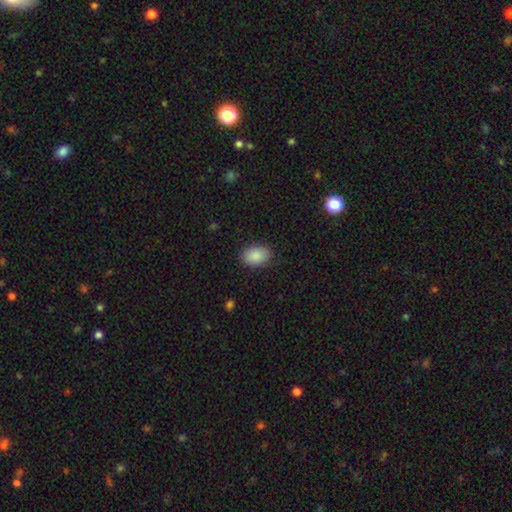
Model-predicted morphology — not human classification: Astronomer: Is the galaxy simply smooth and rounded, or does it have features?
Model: smooth — 89%.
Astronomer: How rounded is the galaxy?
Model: in between — 82%.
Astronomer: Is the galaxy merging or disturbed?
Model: none — 86%.